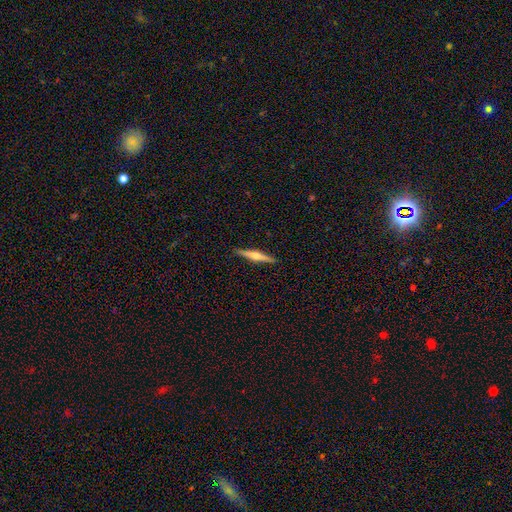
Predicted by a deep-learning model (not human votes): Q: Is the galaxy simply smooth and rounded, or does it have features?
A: featured or disk — 67%.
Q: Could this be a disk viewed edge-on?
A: yes — 98%.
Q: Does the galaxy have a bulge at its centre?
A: rounded — 88%.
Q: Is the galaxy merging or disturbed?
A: none — 91%.